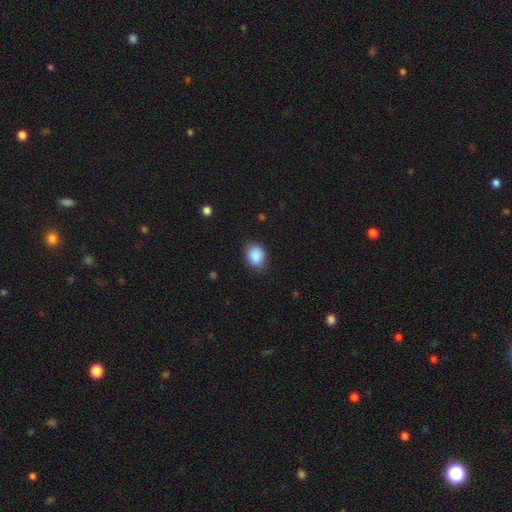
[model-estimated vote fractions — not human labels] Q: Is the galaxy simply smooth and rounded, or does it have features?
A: smooth — 89%.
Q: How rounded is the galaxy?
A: round — 53%.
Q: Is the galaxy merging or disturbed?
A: none — 82%.